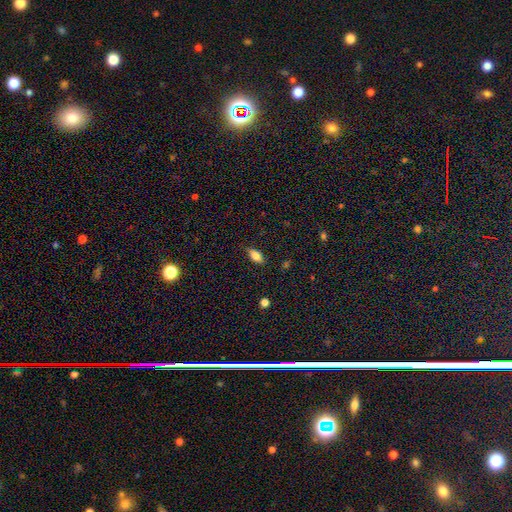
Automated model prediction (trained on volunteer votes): A smooth galaxy with no disk features (79%) that is in between round and cigar-shaped (87%). Merging: none (85%).